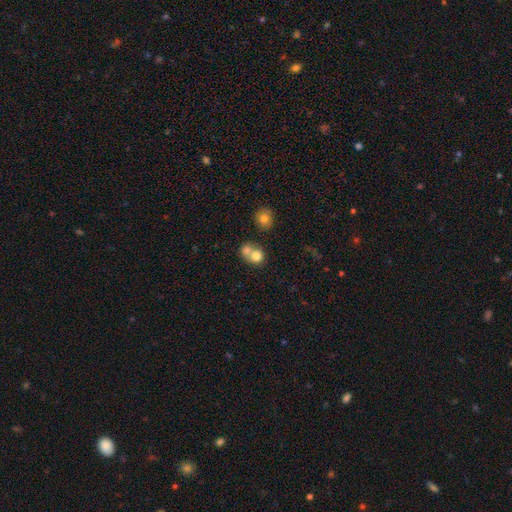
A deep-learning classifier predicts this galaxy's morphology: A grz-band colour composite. It shows a smooth galaxy with no disk features (76%) that is round (74%). Merging: merger (59%).